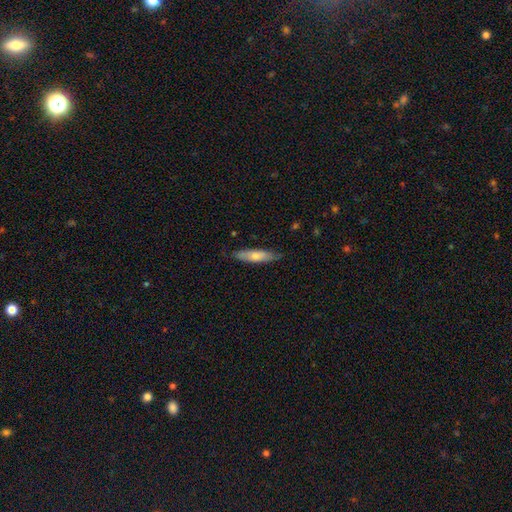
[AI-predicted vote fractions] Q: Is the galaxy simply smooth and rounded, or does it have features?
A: smooth — 61%.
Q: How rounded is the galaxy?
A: cigar-shaped — 71%.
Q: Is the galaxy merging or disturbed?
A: none — 81%.